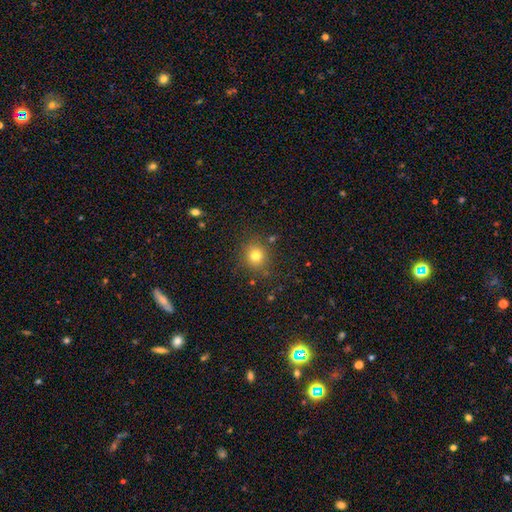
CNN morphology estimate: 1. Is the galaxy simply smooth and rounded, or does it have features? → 77% smooth, 15% star or artifact, 8% featured or disk.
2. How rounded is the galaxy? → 88% round, 11% in between, 1% cigar-shaped.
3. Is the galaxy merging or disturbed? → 85% none, 9% minor disturbance, 3% major disturbance, 3% merger.